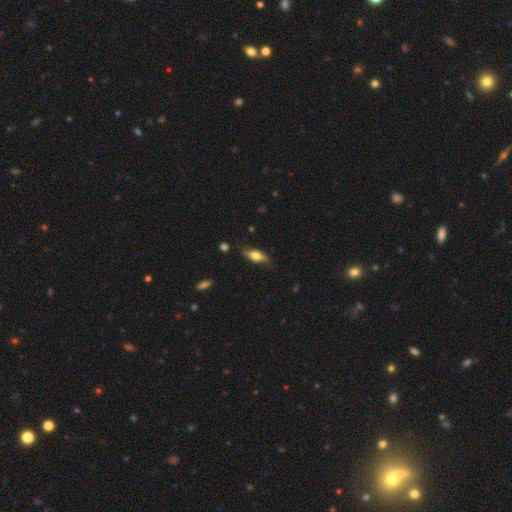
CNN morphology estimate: Smooth or featured? smooth (63%)
How rounded? in between (69%)
Merging? none (77%)